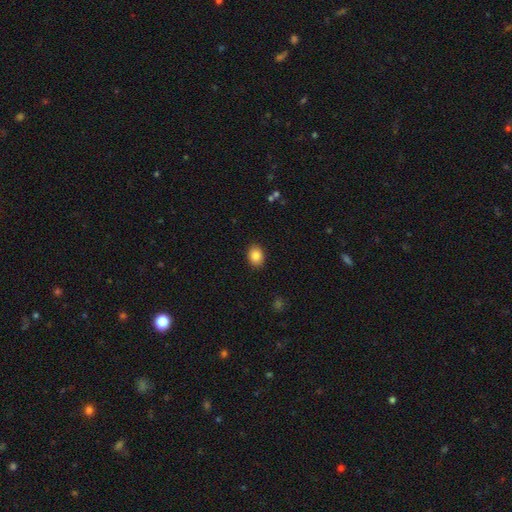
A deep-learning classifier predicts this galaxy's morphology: Overall: smooth (86%). How rounded: in between (65%; round 34%). Merging: none (89%).